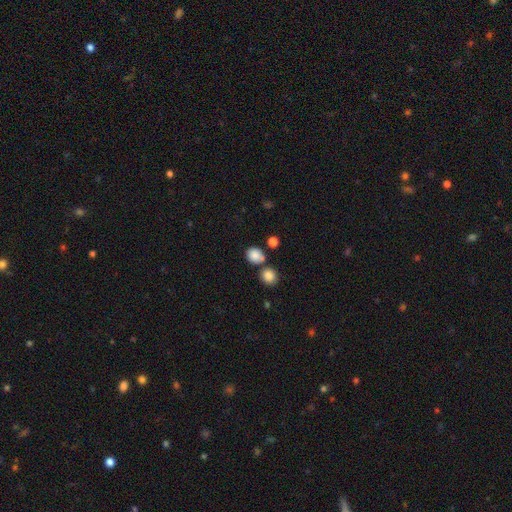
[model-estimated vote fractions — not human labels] The model was most divided on "merging": none: 63%, merger: 22%, minor disturbance: 11%, major disturbance: 4%. More confident: smooth or featured — smooth (84%); how rounded — round (72%).